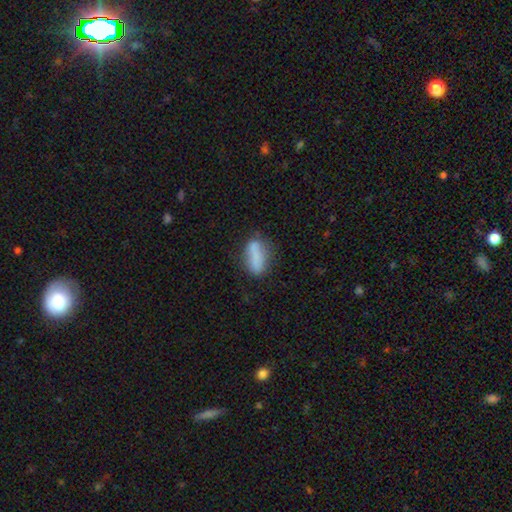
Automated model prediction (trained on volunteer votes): Morphology: type=smooth (77%); roundness=in between (69%); merging=none (64%).